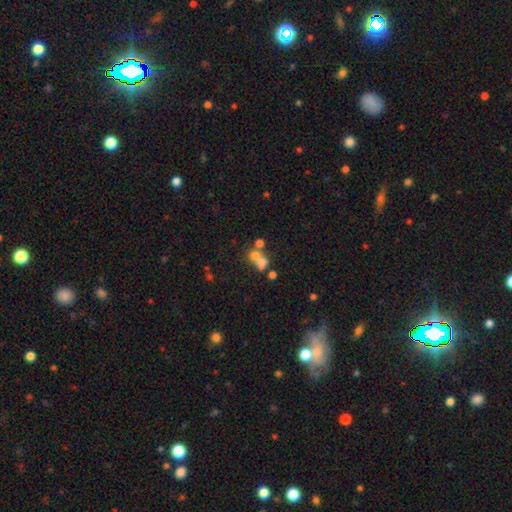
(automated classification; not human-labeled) A smooth galaxy with no disk features (58%) that is round (70%).

Vote fractions:
- Smooth or featured? smooth: 58% / featured or disk: 24% / star or artifact: 18%
- How rounded? round: 70% / in between: 29% / cigar-shaped: 2%
- Merging? merger: 57% / none: 29% / minor disturbance: 7% / major disturbance: 7%